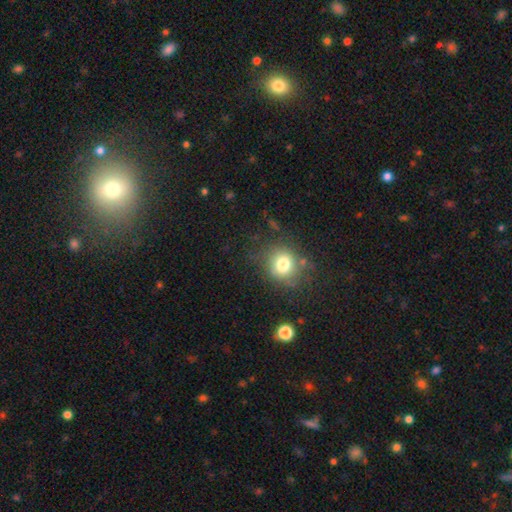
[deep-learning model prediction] smooth 62%, star or artifact 29%, featured or disk 9%. Down the decision tree: how rounded — round (83%); merging — none (82%).